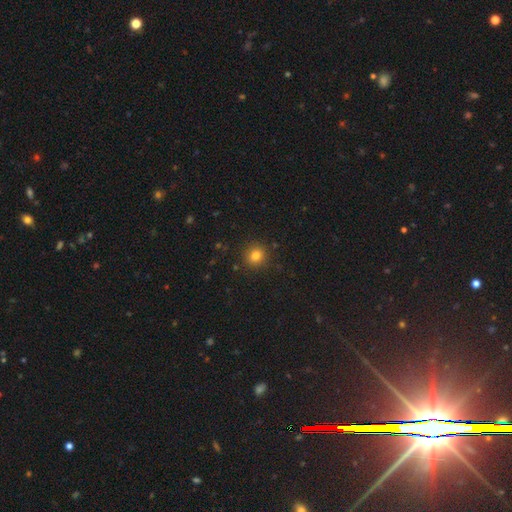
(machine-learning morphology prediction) The model was most divided on "smooth or featured": smooth: 80%, star or artifact: 14%, featured or disk: 6%. More confident: merging — none (90%); how rounded — round (89%).